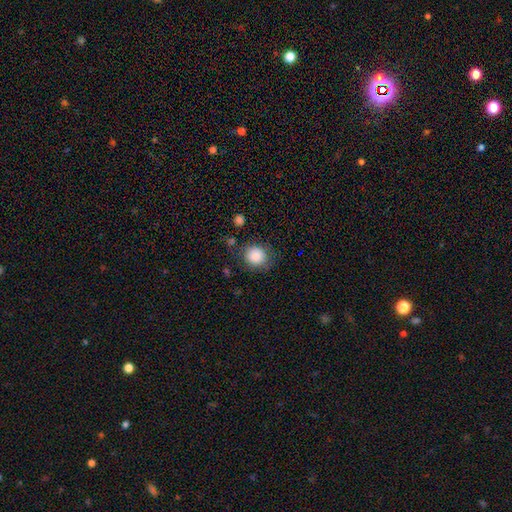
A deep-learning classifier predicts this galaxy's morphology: This is clearly a smooth galaxy (86%). How rounded: clearly round (81%). Merging: likely none (77%).